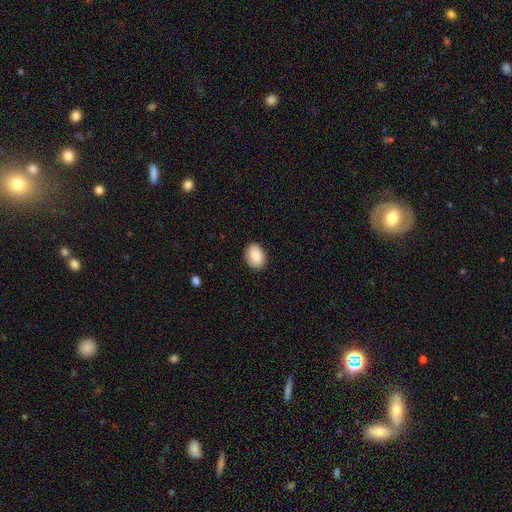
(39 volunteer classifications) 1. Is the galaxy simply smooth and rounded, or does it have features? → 92% smooth, 5% featured or disk, 3% star or artifact.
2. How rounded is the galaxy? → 83% in between, 17% round, 0% cigar-shaped.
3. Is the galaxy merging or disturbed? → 92% none, 5% minor disturbance, 3% major disturbance, 0% merger.